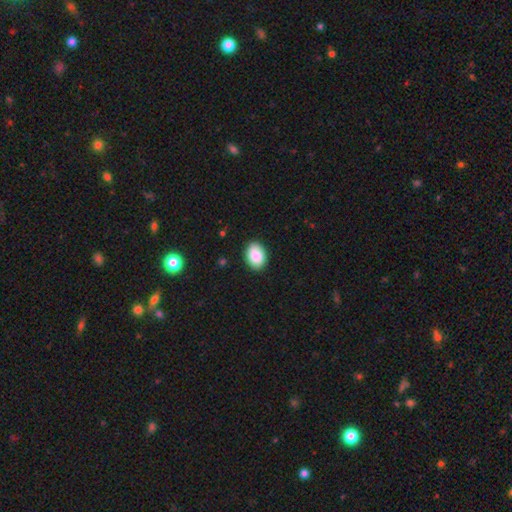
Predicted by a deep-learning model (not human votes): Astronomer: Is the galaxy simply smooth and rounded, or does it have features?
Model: smooth — 88%.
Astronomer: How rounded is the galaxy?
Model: in between — 85%.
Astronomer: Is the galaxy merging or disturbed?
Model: none — 88%.